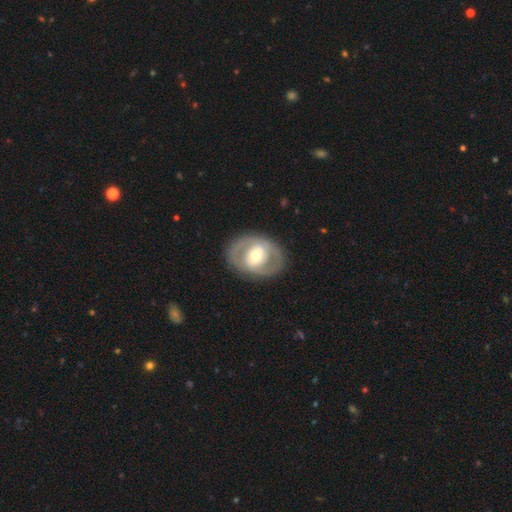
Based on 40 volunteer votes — Volunteers were most divided on "bar": no: 41%, weak: 37%, strong: 22%. More confident: edge-on disk — no (100%); merging — none (76%); smooth or featured — featured or disk (68%); spiral arms — no (63%); bulge size — moderate (59%).